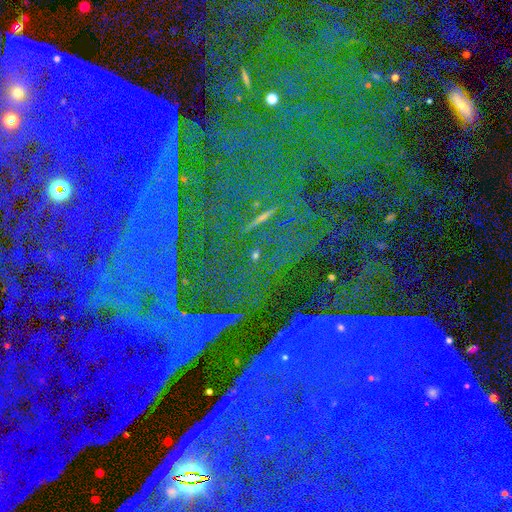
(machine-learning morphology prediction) Smooth or featured: star or artifact — 76% (smooth — 12%)